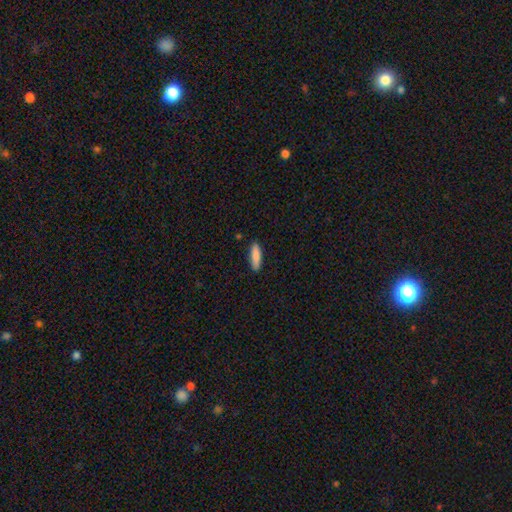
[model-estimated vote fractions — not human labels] Q: Smooth or featured?
A: smooth (87%); runner-up: featured or disk (7%)
Q: How rounded?
A: cigar-shaped (62%); runner-up: in between (36%)
Q: Merging?
A: none (88%); runner-up: minor disturbance (9%)